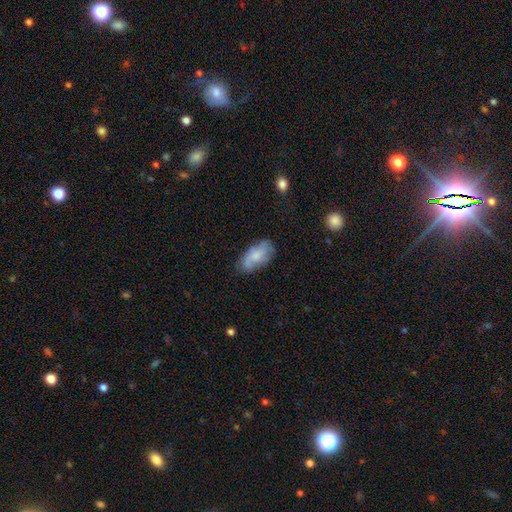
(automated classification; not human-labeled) Smooth or featured? Predicted: smooth (p=0.67). How rounded? Predicted: in between (p=0.91). Merging? Predicted: none (p=0.67).